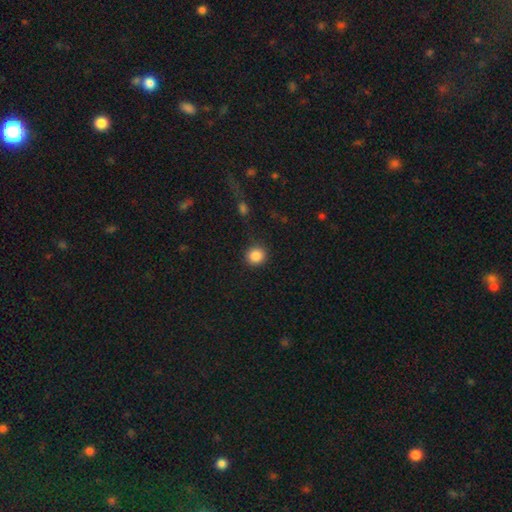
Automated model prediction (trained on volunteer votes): The model was most divided on "smooth or featured": smooth: 87%, star or artifact: 9%, featured or disk: 3%. More confident: how rounded — round (90%); merging — none (87%).